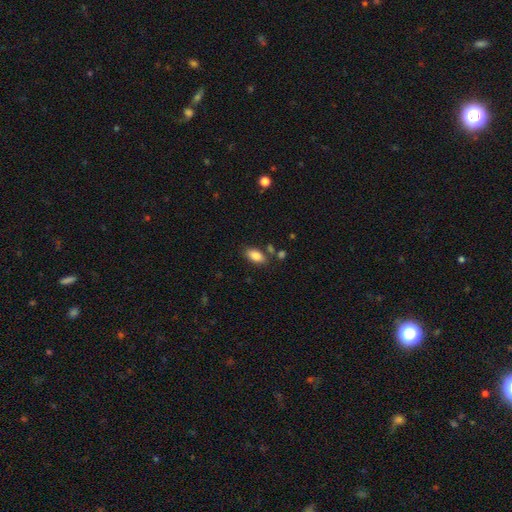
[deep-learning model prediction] This appears to be a smooth galaxy with no disk features (85%) that is in between round and cigar-shaped (91%). Merging: none (78%).